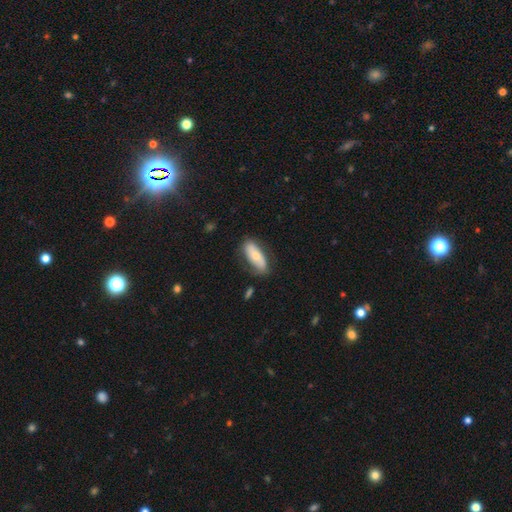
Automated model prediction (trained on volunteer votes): smooth_or_featured: smooth (p=0.57) [alt: featured or disk p=0.36]
how_rounded: in between (p=0.78) [alt: cigar-shaped p=0.19]
merging: none (p=0.73) [alt: minor disturbance p=0.19]